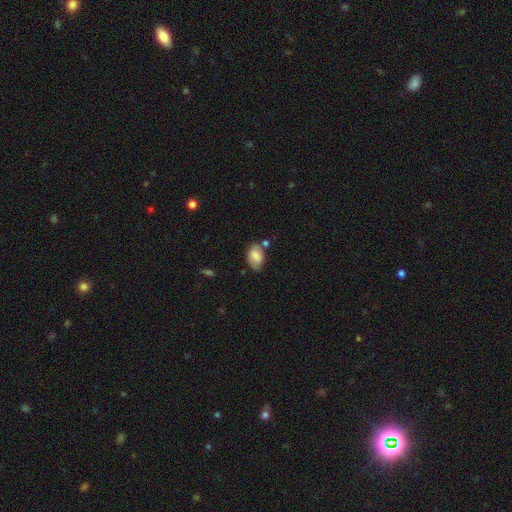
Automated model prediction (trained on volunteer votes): This is likely a smooth galaxy (78%). How rounded: clearly in between (87%). Merging: possibly none (56%).